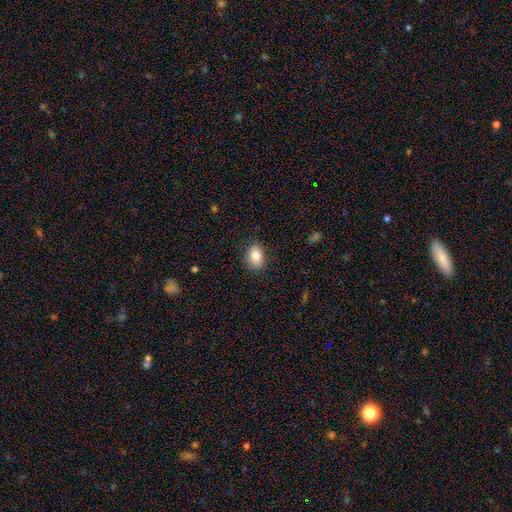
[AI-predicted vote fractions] The model was most divided on "how rounded": in between: 77%, round: 22%, cigar-shaped: 1%. More confident: merging — none (82%); smooth or featured — smooth (82%).